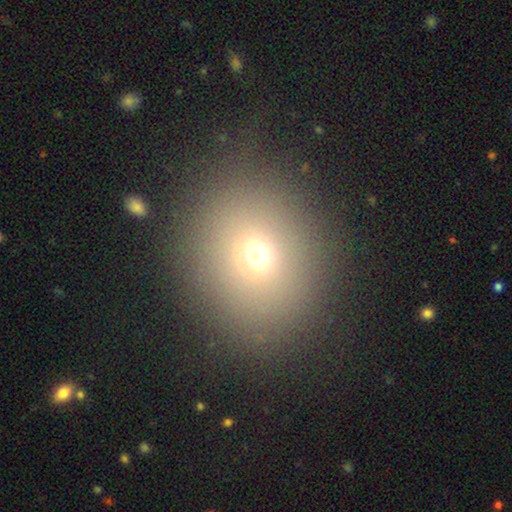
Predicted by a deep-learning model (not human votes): This is likely a smooth galaxy (69%). How rounded: likely round (75%). Merging: clearly none (83%).